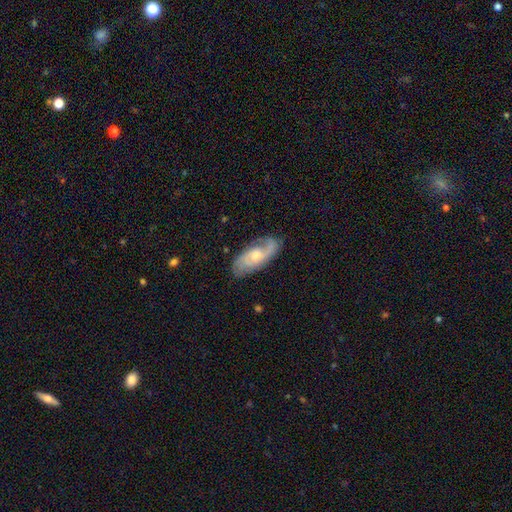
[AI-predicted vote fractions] A featured or disk galaxy (76%) with no bar (63%), 2 (60%) medium (45%) spiral arms (94%) and a moderate central bulge (58%).

Vote fractions:
- Smooth or featured? featured or disk: 76% / smooth: 18% / star or artifact: 6%
- Edge-on disk? no: 92% / yes: 8%
- Bar? no: 63% / weak: 33% / strong: 5%
- Spiral arms? yes: 94% / no: 6%
- Spiral winding? medium: 45% / tight: 34% / loose: 21%
- Spiral arm count? 2: 60% / can't tell: 18% / 3: 10% / 1: 7% / 4: 3% / more than 4: 2%
- Bulge size? moderate: 58% / small: 33% / large: 5% / none: 3% / dominant: 1%
- Merging? none: 74% / minor disturbance: 18% / major disturbance: 6% / merger: 1%